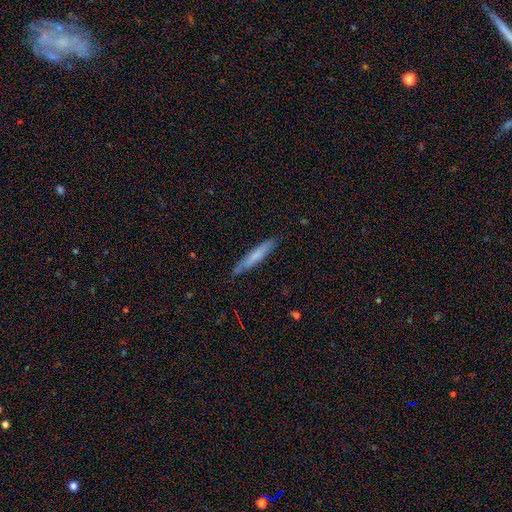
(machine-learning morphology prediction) This appears to be a smooth galaxy with no disk features (64%) that is cigar-shaped (93%). Merging: none (86%).